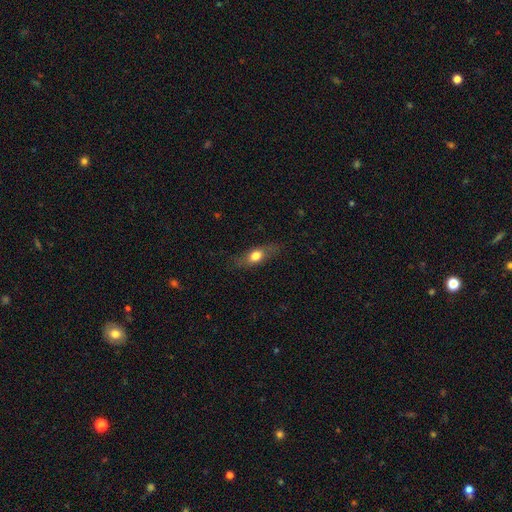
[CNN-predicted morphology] Q: Smooth or featured?
A: smooth (66%); runner-up: featured or disk (26%)
Q: How rounded?
A: in between (61%); runner-up: cigar-shaped (29%)
Q: Merging?
A: none (77%); runner-up: minor disturbance (16%)